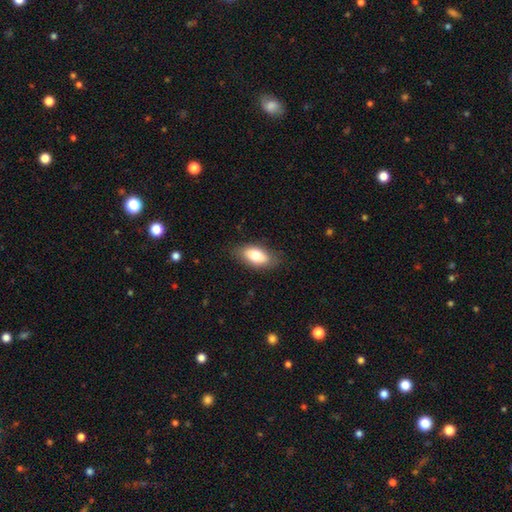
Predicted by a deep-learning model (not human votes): Smooth or featured? smooth (76%)
How rounded? in between (89%)
Merging? none (80%)